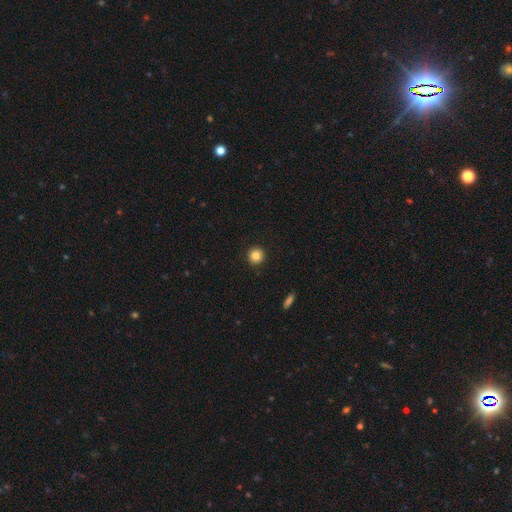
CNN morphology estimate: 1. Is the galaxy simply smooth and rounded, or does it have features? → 84% smooth, 11% star or artifact, 5% featured or disk.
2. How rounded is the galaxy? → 95% round, 4% in between, 1% cigar-shaped.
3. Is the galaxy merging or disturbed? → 93% none, 5% minor disturbance, 2% major disturbance, 1% merger.